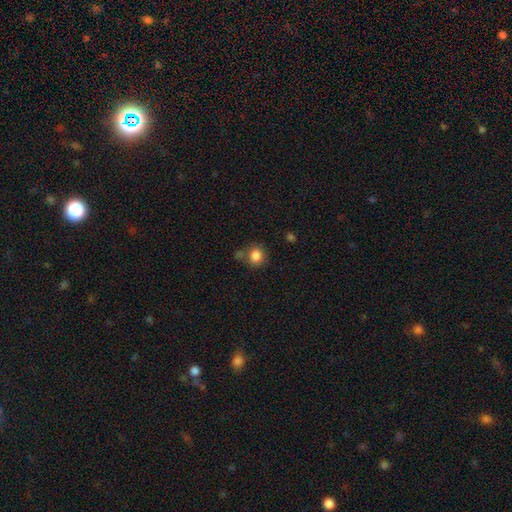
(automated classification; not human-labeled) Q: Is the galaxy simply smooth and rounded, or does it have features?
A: smooth — 85%.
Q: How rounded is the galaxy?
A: round — 80%.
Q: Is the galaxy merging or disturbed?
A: none — 64%.